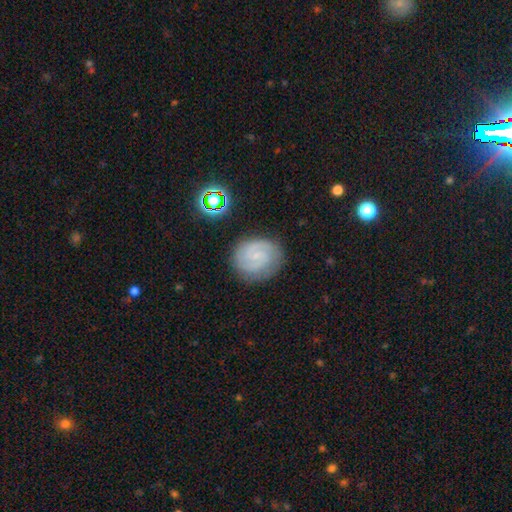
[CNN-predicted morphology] This is likely a featured or disk galaxy (77%). It is clearly not viewed edge-on (98%). Bar: possibly no (52%). Spiral arm pattern: clearly yes (96%). Spiral arm count: likely 2 (66%). Spiral winding: possibly tight (59%). Central bulge: likely small (72%). Merging: clearly none (82%).